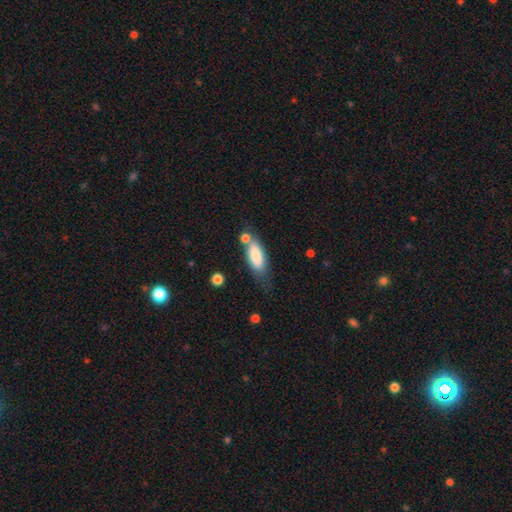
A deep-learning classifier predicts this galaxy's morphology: Smooth or featured? smooth (81%)
How rounded? in between (73%)
Merging? none (49%)